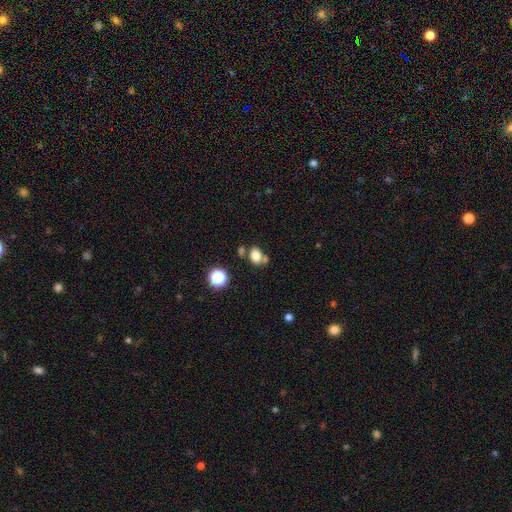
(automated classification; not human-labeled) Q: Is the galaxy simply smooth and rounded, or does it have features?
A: smooth — 77%.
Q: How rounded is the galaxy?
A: in between — 72%.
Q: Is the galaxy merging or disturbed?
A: none — 61%.